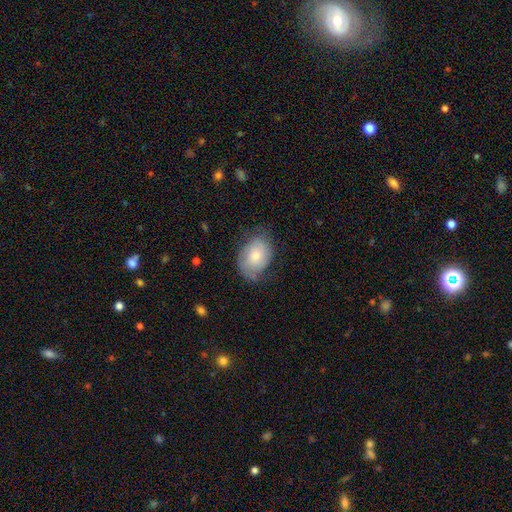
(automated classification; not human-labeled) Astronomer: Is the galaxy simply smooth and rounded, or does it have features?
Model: smooth — 64%.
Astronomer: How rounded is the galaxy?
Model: in between — 75%.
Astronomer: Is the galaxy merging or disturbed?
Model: none — 58%.